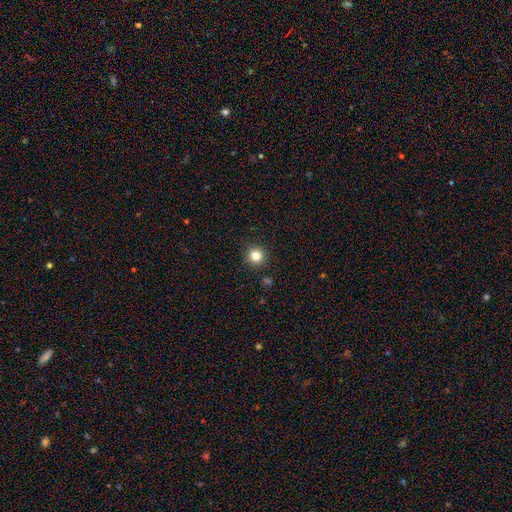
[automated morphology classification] This is clearly a smooth galaxy (82%). How rounded: clearly round (94%). Merging: clearly none (91%).